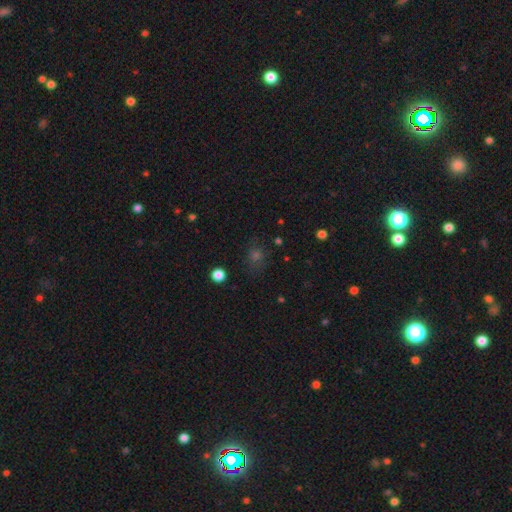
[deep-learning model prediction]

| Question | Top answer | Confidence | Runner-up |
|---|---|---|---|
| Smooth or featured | smooth | 52% | star or artifact (37%) |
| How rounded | round | 65% | in between (33%) |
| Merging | none | 76% | minor disturbance (14%) |